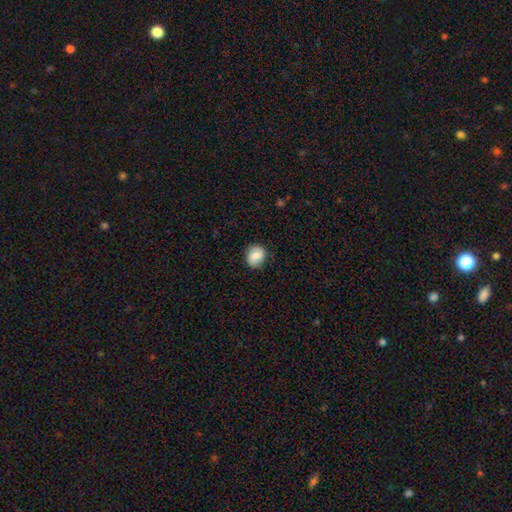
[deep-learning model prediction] Smooth or featured: smooth — 77% (featured or disk — 15%)
How rounded: round — 69% (in between — 30%)
Merging: none — 81% (minor disturbance — 15%)